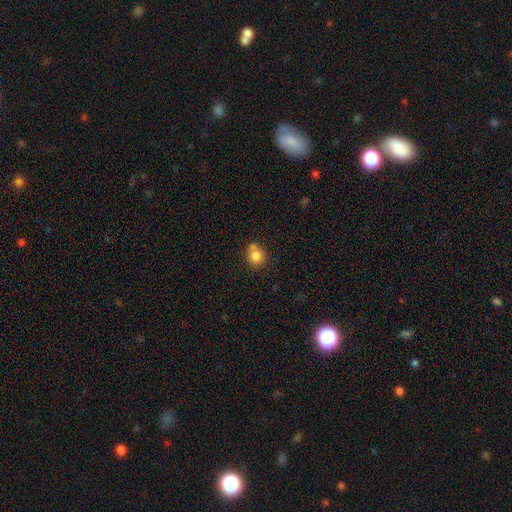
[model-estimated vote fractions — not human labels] This is clearly a smooth galaxy (80%). How rounded: clearly round (84%). Merging: possibly none (55%).